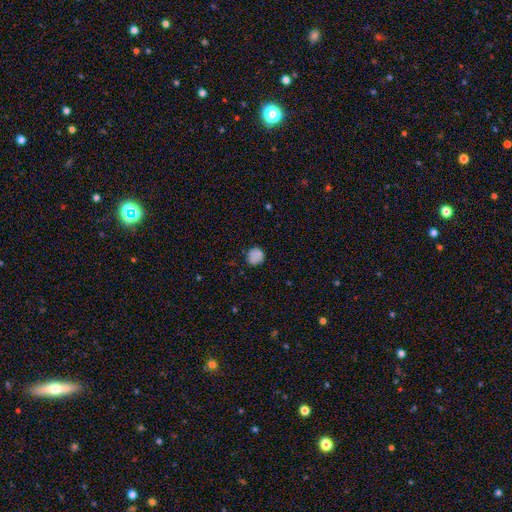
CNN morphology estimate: A smooth galaxy with no disk features (79%) that is round (84%).

Vote fractions:
- Smooth or featured? smooth: 79% / star or artifact: 12% / featured or disk: 9%
- How rounded? round: 84% / in between: 15% / cigar-shaped: 1%
- Merging? none: 74% / minor disturbance: 19% / major disturbance: 4% / merger: 3%